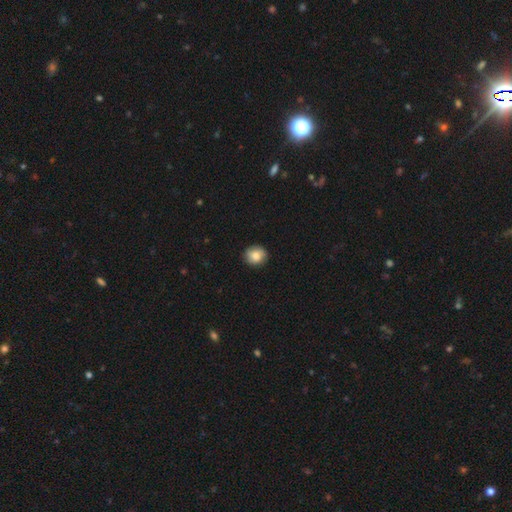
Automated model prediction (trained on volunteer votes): smooth 81%, featured or disk 10%, star or artifact 8%. Down the decision tree: how rounded — round (83%); merging — none (88%).